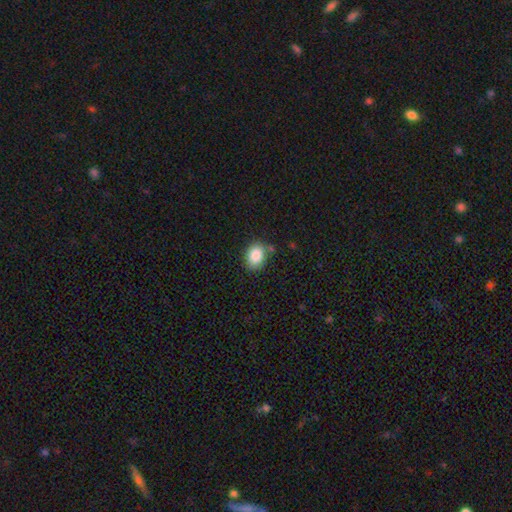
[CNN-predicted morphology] This appears to be a smooth galaxy with no disk features (86%) that is in between round and cigar-shaped (63%). Merging: none (71%).